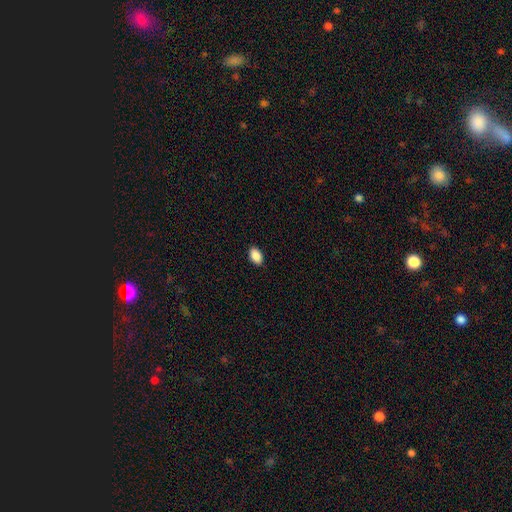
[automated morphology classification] Q: Smooth or featured?
A: smooth (90%); runner-up: star or artifact (7%)
Q: How rounded?
A: in between (90%); runner-up: round (9%)
Q: Merging?
A: none (89%); runner-up: minor disturbance (8%)